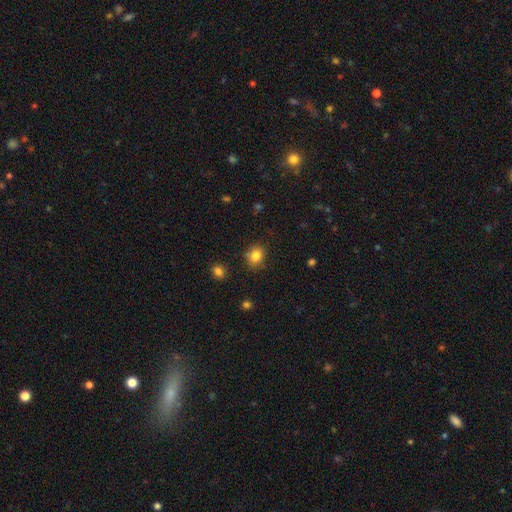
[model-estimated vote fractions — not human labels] Smooth or featured?
  - smooth: 83% *
  - star or artifact: 11%
  - featured or disk: 6%
How rounded?
  - round: 65% *
  - in between: 34%
  - cigar-shaped: 1%
Merging?
  - none: 80% *
  - minor disturbance: 14%
  - major disturbance: 3%
  - merger: 3%